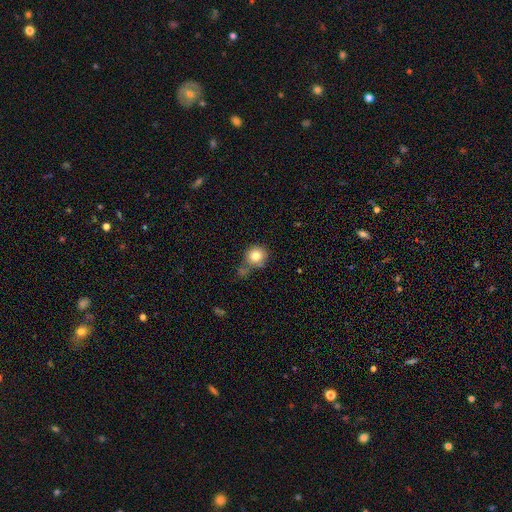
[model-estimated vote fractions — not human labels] This appears to be a smooth galaxy with no disk features (81%) that is round (90%). Merging: none (65%).